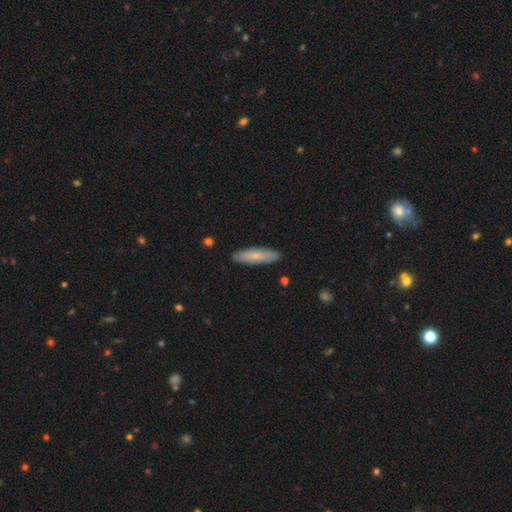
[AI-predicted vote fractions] A smooth galaxy with no disk features (71%) that is cigar-shaped (72%). Merging: none (89%).